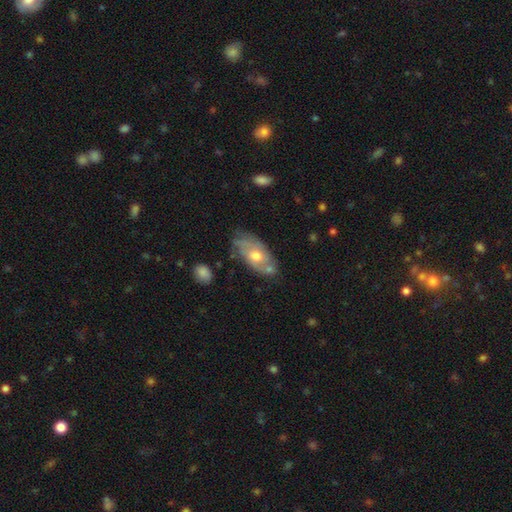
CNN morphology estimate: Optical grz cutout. It shows a featured or disk galaxy (53%). Merging: none (56%).